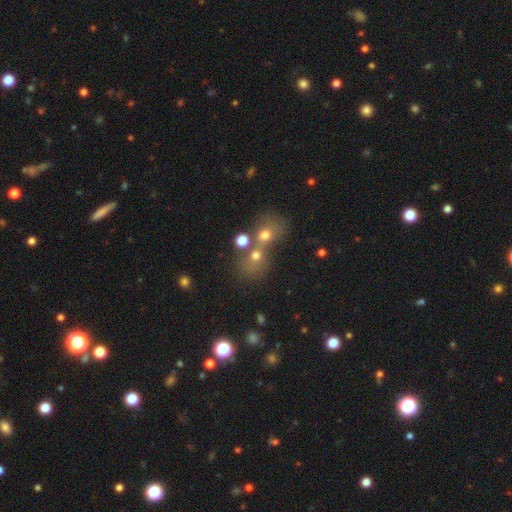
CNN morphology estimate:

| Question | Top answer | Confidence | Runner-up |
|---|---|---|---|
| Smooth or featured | smooth | 65% | featured or disk (17%) |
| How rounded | round | 68% | in between (31%) |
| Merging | merger | 59% | none (27%) |